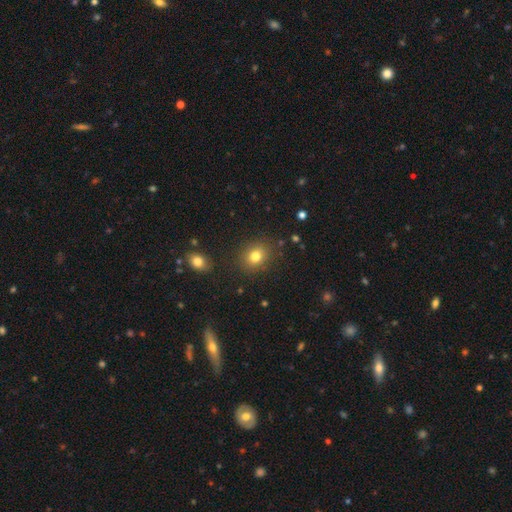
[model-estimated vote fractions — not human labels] Smooth or featured? Predicted: smooth (p=0.80). How rounded? Predicted: round (p=0.61). Merging? Predicted: none (p=0.85).